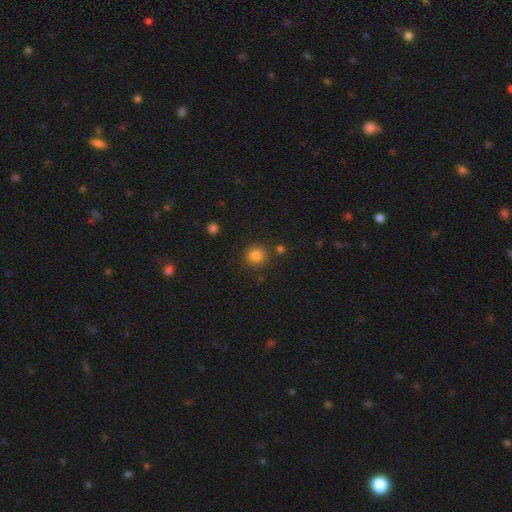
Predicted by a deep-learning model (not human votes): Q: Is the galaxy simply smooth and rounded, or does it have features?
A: smooth — 83%.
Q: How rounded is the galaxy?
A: round — 91%.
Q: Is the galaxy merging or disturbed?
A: none — 86%.